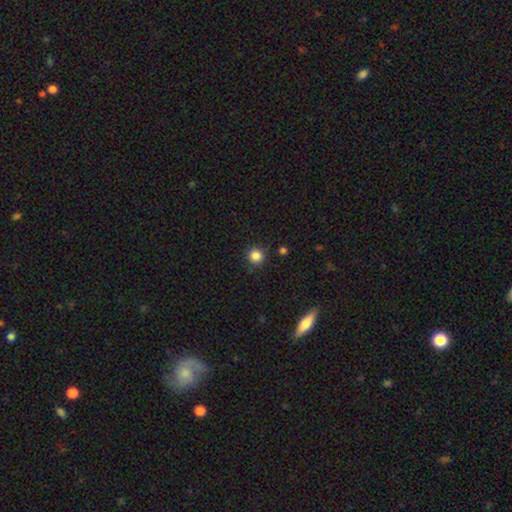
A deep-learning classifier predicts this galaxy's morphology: smooth_or_featured: smooth (p=0.85) [alt: star or artifact p=0.11]
how_rounded: round (p=0.94) [alt: in between p=0.05]
merging: none (p=0.89) [alt: minor disturbance p=0.07]